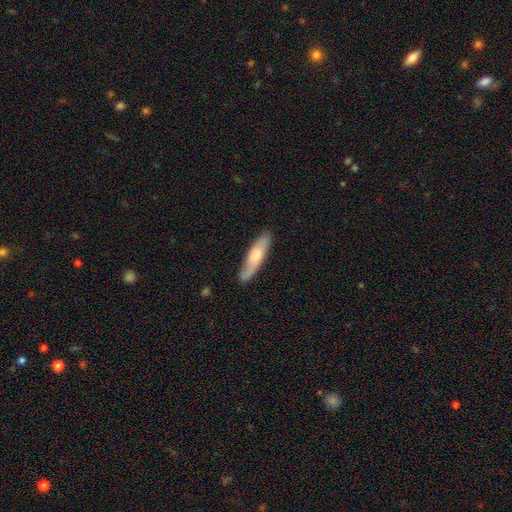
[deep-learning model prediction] A smooth galaxy with no disk features (60%) that is cigar-shaped (71%). Merging: none (82%).